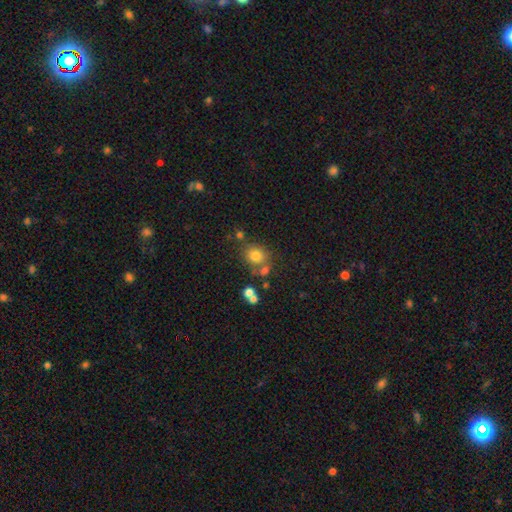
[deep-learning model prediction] Smooth or featured? Predicted: smooth (p=0.77). How rounded? Predicted: round (p=0.76). Merging? Predicted: none (p=0.64).